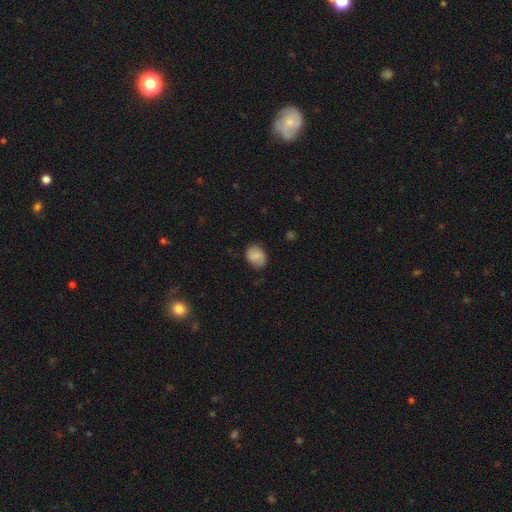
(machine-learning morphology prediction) Smooth or featured? smooth (70%)
How rounded? in between (52%)
Merging? none (75%)